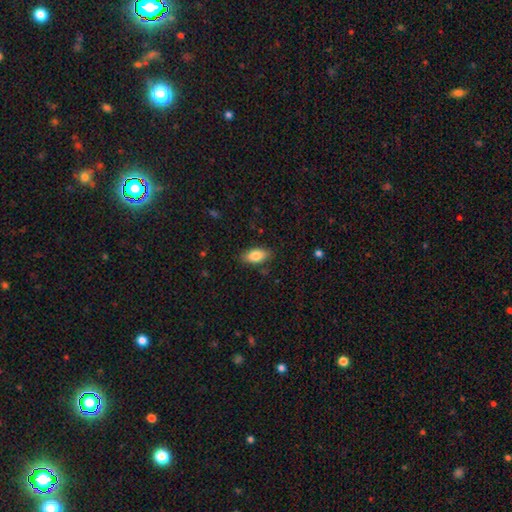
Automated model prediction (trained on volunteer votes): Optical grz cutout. It shows a smooth galaxy with no disk features (83%) that is in between round and cigar-shaped (91%). Merging: none (84%).